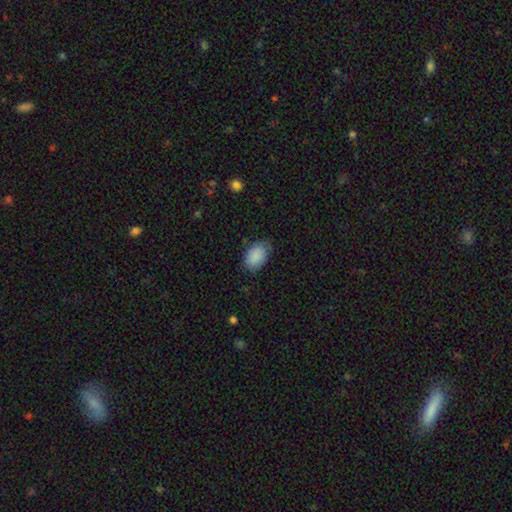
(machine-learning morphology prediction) This is clearly a smooth galaxy (88%). How rounded: clearly in between (89%). Merging: likely none (72%).